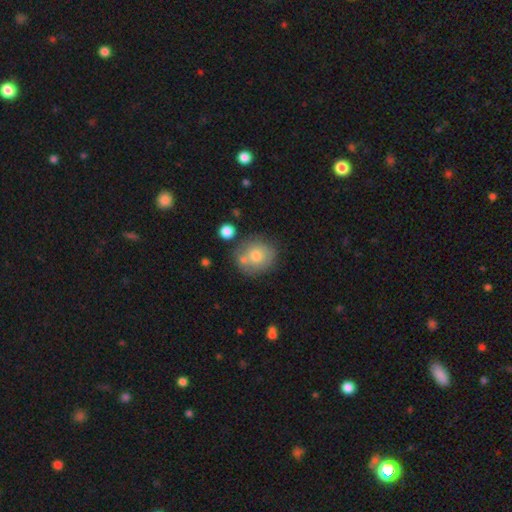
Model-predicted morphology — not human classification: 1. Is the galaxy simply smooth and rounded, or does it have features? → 73% smooth, 17% featured or disk, 10% star or artifact.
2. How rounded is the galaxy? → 84% round, 15% in between, 1% cigar-shaped.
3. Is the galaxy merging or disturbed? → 68% none, 15% merger, 14% minor disturbance, 4% major disturbance.